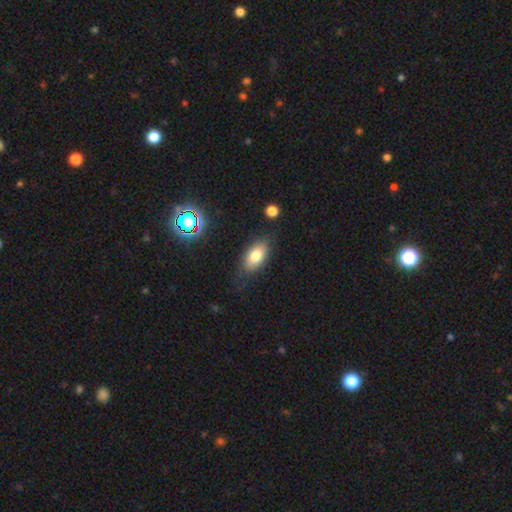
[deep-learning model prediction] Smooth or featured: smooth — 77% (featured or disk — 14%)
How rounded: in between — 90% (cigar-shaped — 5%)
Merging: none — 76% (minor disturbance — 17%)